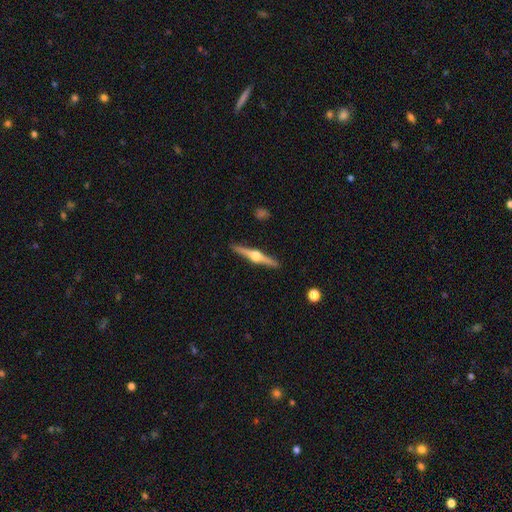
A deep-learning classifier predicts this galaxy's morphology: smooth_or_featured: featured or disk (p=0.82) [alt: smooth p=0.13]
disk_edge_on: yes (p=0.98) [alt: no p=0.02]
edge_on_bulge: rounded (p=0.96) [alt: boxy p=0.02]
merging: none (p=0.92) [alt: minor disturbance p=0.06]